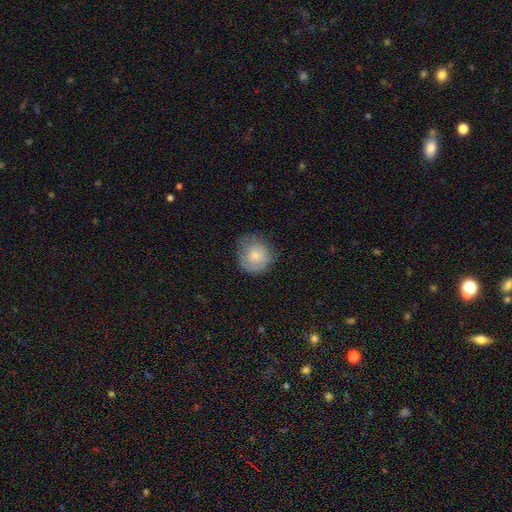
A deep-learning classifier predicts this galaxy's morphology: The model was most divided on "merging": none: 65%, minor disturbance: 25%, major disturbance: 9%, merger: 1%. More confident: how rounded — round (86%); smooth or featured — smooth (73%).